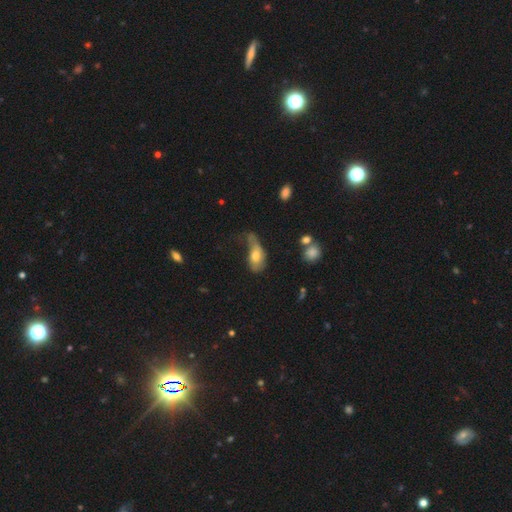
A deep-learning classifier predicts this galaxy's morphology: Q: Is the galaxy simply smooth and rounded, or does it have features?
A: smooth — 64%.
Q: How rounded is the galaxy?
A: in between — 85%.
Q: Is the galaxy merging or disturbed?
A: major disturbance — 46%.